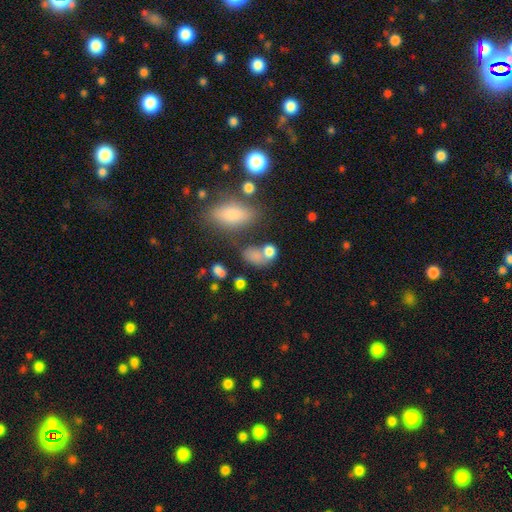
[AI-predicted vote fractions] Smooth or featured?
  - smooth: 75% *
  - star or artifact: 14%
  - featured or disk: 11%
How rounded?
  - in between: 66% *
  - round: 31%
  - cigar-shaped: 3%
Merging?
  - none: 38% *
  - merger: 34%
  - minor disturbance: 15%
  - major disturbance: 13%